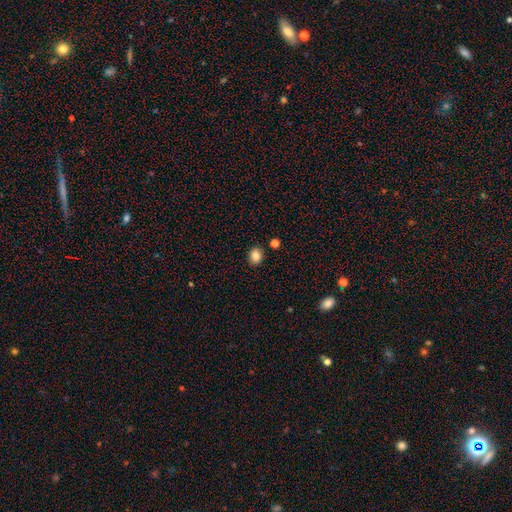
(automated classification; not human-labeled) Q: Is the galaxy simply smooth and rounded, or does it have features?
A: smooth — 84%.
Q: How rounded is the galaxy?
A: in between — 51%.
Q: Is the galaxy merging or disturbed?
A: none — 85%.